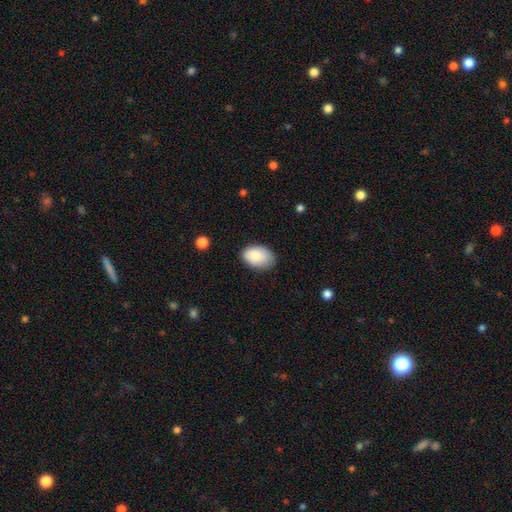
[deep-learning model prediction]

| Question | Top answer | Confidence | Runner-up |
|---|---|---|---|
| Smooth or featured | smooth | 85% | featured or disk (9%) |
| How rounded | in between | 90% | round (9%) |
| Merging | none | 73% | minor disturbance (22%) |